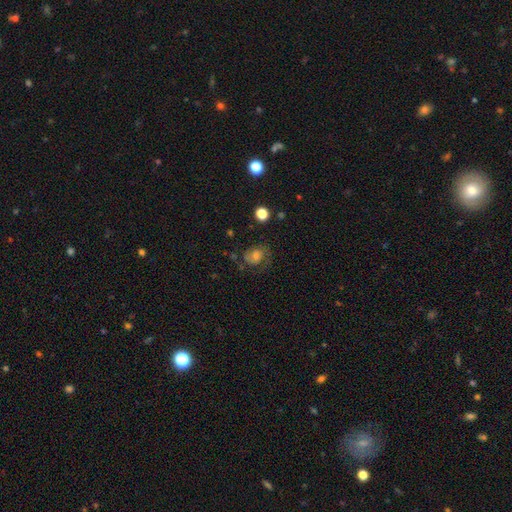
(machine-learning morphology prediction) Smooth or featured?
  - featured or disk: 56% *
  - smooth: 29%
  - star or artifact: 16%
Edge-on disk?
  - no: 97% *
  - yes: 3%
Bar?
  - no: 67% *
  - weak: 27%
  - strong: 5%
Spiral arms?
  - yes: 85% *
  - no: 15%
Bulge size?
  - moderate: 48% *
  - small: 27%
  - large: 15%
  - none: 7%
  - dominant: 3%
Merging?
  - none: 62% *
  - minor disturbance: 20%
  - major disturbance: 16%
  - merger: 2%